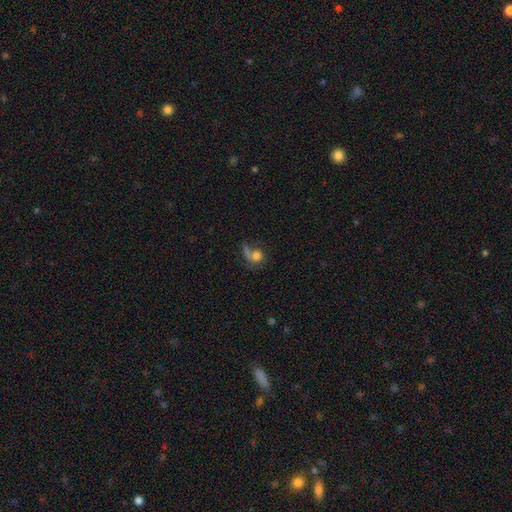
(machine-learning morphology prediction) Q: Smooth or featured?
A: smooth (58%); runner-up: featured or disk (28%)
Q: How rounded?
A: round (71%); runner-up: in between (27%)
Q: Merging?
A: none (36%); runner-up: major disturbance (27%)